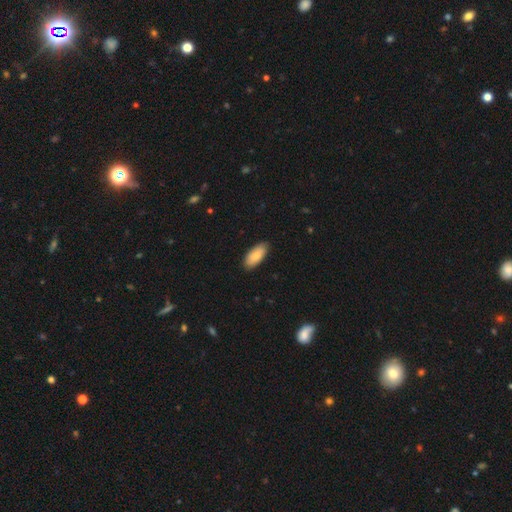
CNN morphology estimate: A smooth galaxy with no disk features (84%) that is in between round and cigar-shaped (89%). Merging: none (88%).